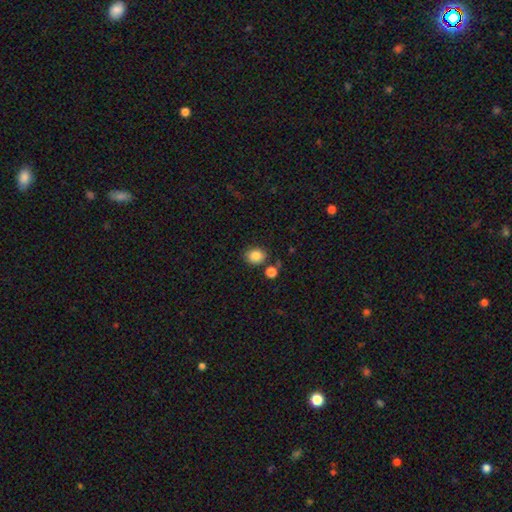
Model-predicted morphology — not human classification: smooth 86%, star or artifact 9%, featured or disk 5%. Down the decision tree: how rounded — round (56%); merging — none (78%).